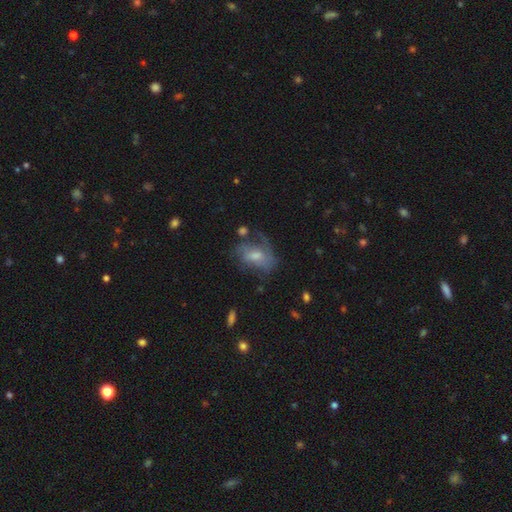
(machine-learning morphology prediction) Overall: featured or disk (59%; smooth 32%). Edge-on disk: no (95%). Bar: no (48%; weak 43%). Spiral arms: yes (71%). Bulge size: moderate (49%; small 36%). Merging: none (42%; major disturbance 28%).